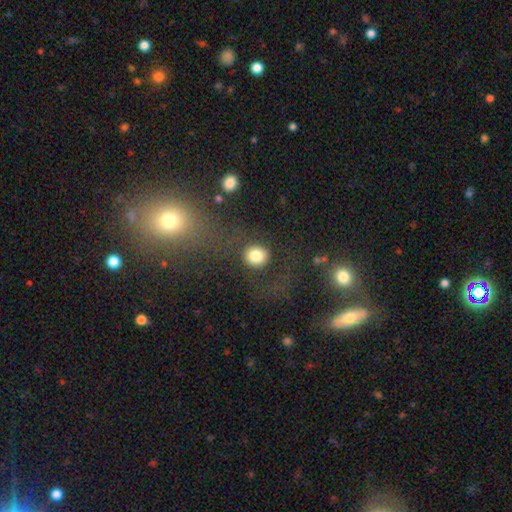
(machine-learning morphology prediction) Smooth or featured: smooth — 80% (star or artifact — 10%)
How rounded: round — 84% (in between — 15%)
Merging: none — 75% (minor disturbance — 11%)